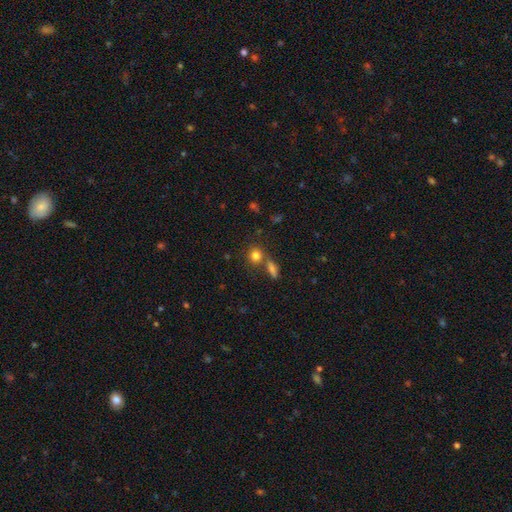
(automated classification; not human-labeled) Smooth or featured?
  - smooth: 80% *
  - star or artifact: 12%
  - featured or disk: 8%
How rounded?
  - round: 79% *
  - in between: 19%
  - cigar-shaped: 2%
Merging?
  - none: 63% *
  - merger: 23%
  - minor disturbance: 10%
  - major disturbance: 4%